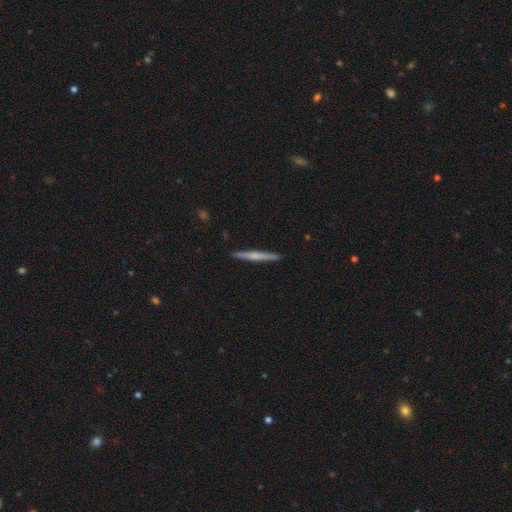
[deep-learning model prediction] Smooth or featured? featured or disk (52%)
Edge-on disk? yes (98%)
Edge-on bulge? rounded (52%)
Merging? none (91%)